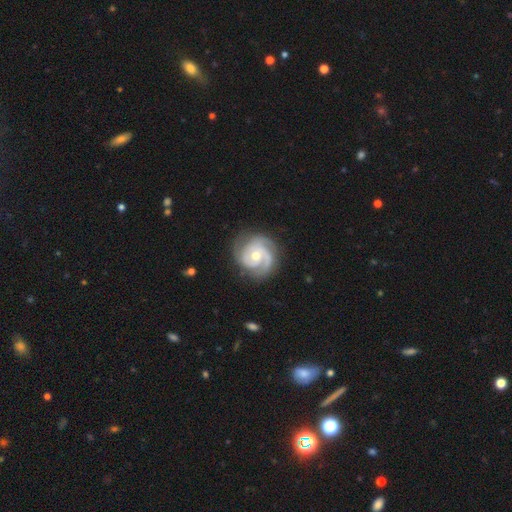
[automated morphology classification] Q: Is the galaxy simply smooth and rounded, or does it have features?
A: featured or disk — 89%.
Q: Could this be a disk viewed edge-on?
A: no — 98%.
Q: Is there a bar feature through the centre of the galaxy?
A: no — 71%.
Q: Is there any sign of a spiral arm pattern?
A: yes — 98%.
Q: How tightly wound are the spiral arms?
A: tight — 59%.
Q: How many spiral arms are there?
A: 3 — 49%.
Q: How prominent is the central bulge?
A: moderate — 58%.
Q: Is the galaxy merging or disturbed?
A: none — 77%.